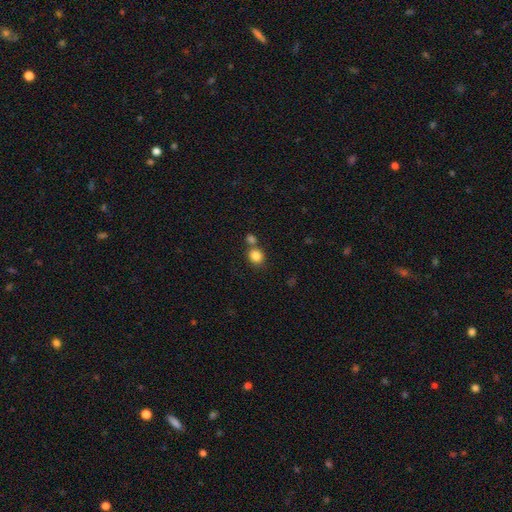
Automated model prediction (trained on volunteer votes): This appears to be a smooth galaxy with no disk features (84%) that is round (81%). Merging: none (62%).